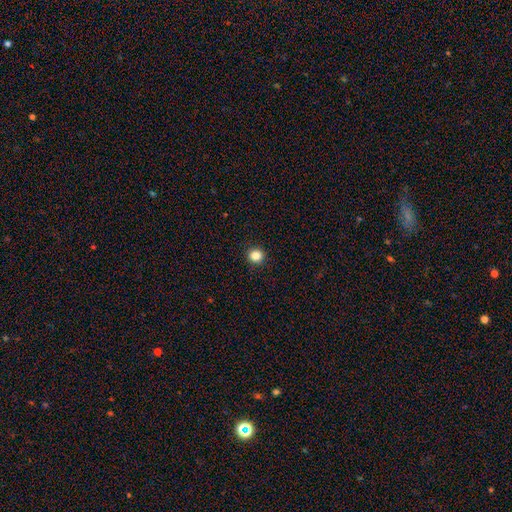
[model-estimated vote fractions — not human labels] Smooth or featured? Predicted: smooth (p=0.85). How rounded? Predicted: round (p=0.89). Merging? Predicted: none (p=0.93).